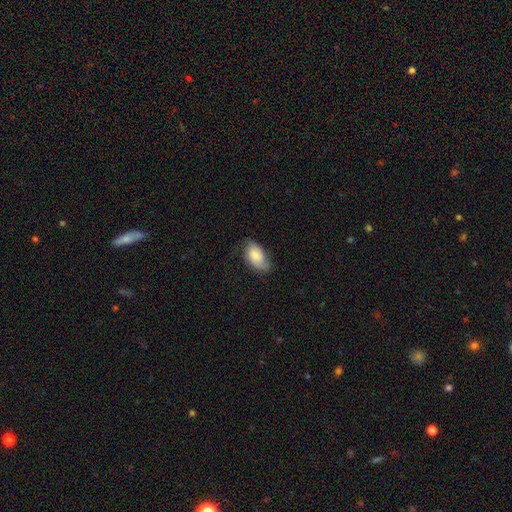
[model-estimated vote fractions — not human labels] A smooth galaxy with no disk features (66%) that is in between round and cigar-shaped (93%).

Vote fractions:
- Smooth or featured? smooth: 66% / featured or disk: 27% / star or artifact: 7%
- How rounded? in between: 93% / round: 5% / cigar-shaped: 2%
- Merging? none: 66% / minor disturbance: 26% / major disturbance: 7% / merger: 1%